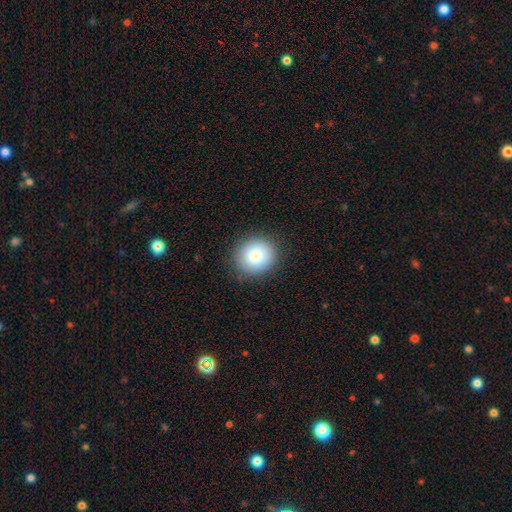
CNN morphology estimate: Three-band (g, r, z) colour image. It shows a smooth galaxy with no disk features (78%) that is round (88%). Merging: none (89%).